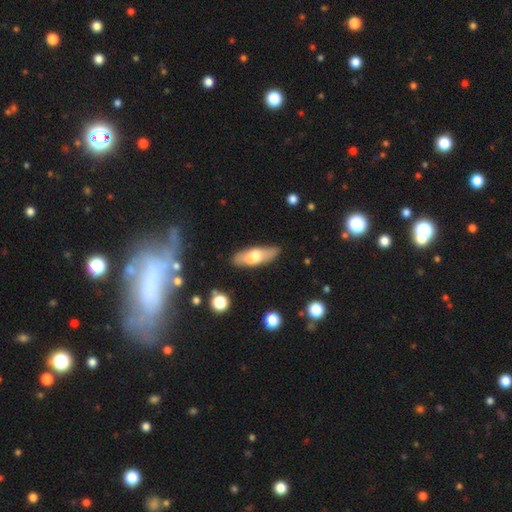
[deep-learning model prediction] Smooth or featured? Predicted: smooth (p=0.58). How rounded? Predicted: in between (p=0.62). Merging? Predicted: none (p=0.63).